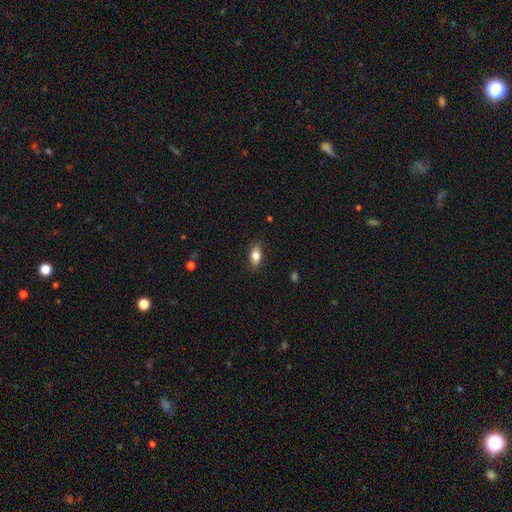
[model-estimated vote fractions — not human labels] Overall: smooth (78%). How rounded: in between (86%). Merging: none (84%).